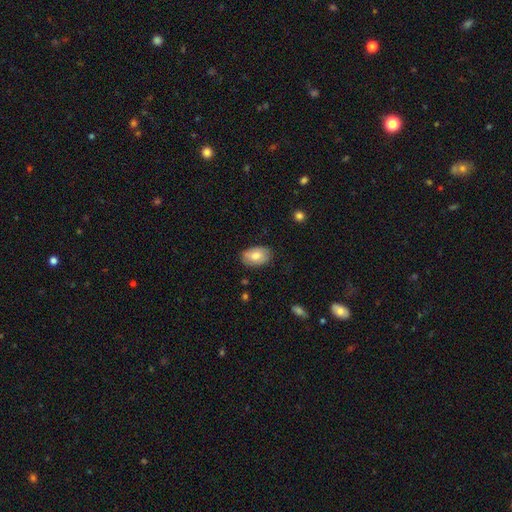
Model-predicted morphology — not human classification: smooth 78%, featured or disk 16%, star or artifact 6%. Down the decision tree: how rounded — in between (91%); merging — none (81%).